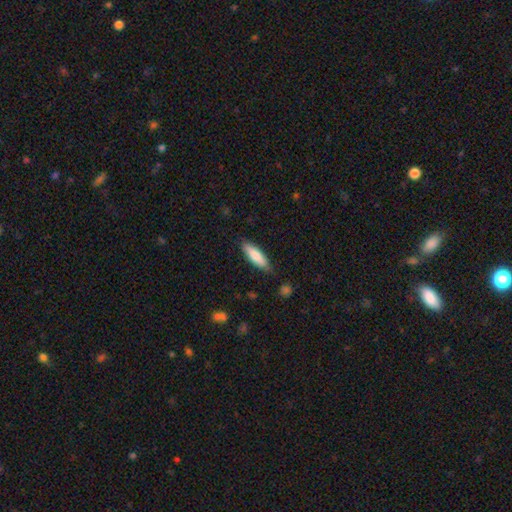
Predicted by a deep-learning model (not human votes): Overall: smooth (80%). How rounded: cigar-shaped (55%; in between 44%). Merging: none (83%).